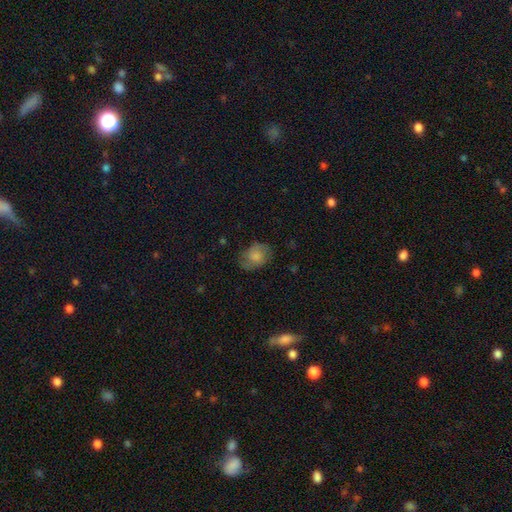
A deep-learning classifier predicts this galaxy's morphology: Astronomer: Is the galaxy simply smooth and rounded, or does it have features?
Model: smooth — 69%.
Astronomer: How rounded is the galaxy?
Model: in between — 65%.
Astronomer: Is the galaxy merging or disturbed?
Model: none — 62%.